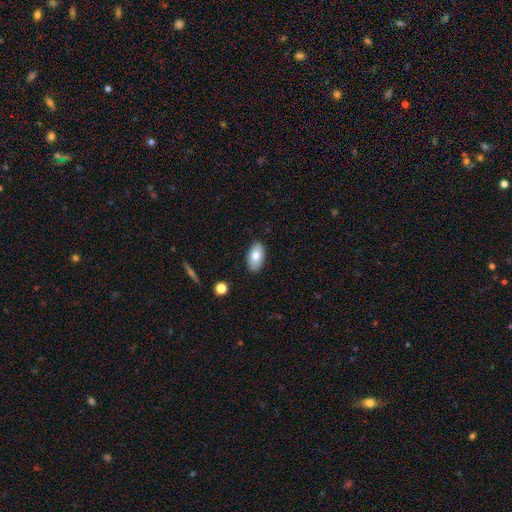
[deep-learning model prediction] The model was most divided on "smooth or featured": smooth: 77%, featured or disk: 16%, star or artifact: 7%. More confident: how rounded — in between (94%); merging — none (86%).